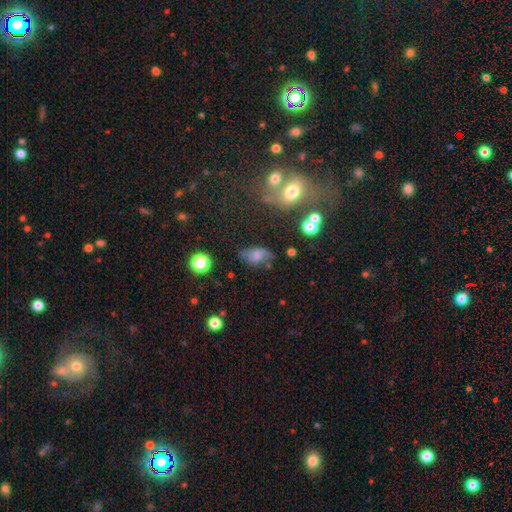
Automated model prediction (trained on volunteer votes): Smooth or featured? Predicted: smooth (p=0.62). How rounded? Predicted: in between (p=0.86). Merging? Predicted: none (p=0.54).